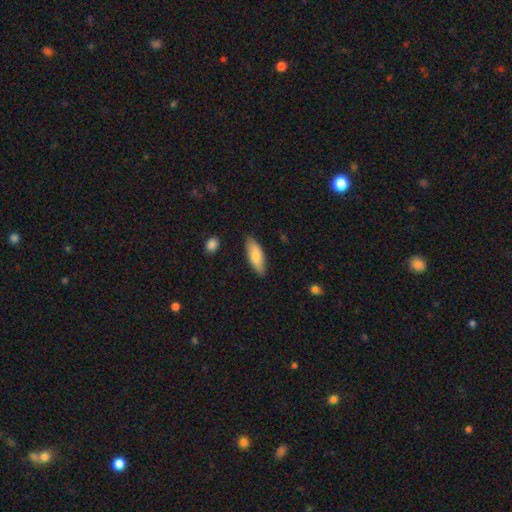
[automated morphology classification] smooth-or-featured: smooth: 80% | featured or disk: 14% | star or artifact: 6%
  how-rounded: in between: 70% | cigar-shaped: 28% | round: 2%
  merging: none: 84% | minor disturbance: 13% | major disturbance: 2% | merger: 1%